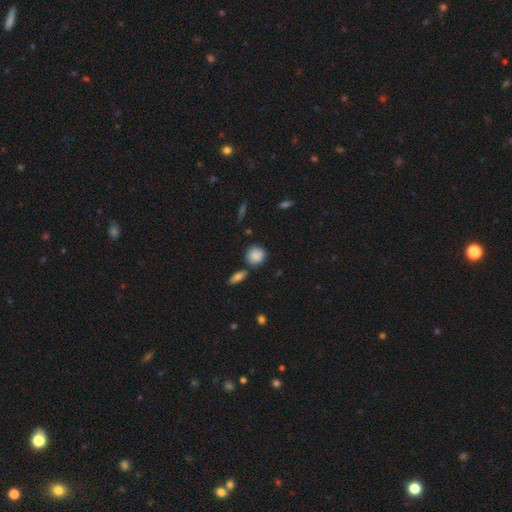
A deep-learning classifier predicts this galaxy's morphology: Smooth or featured? smooth (86%)
How rounded? round (84%)
Merging? none (71%)